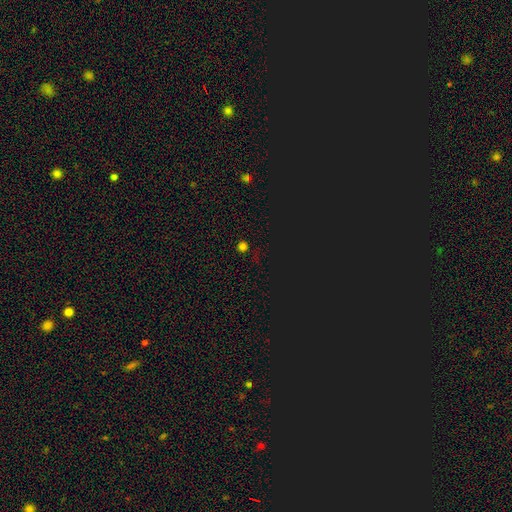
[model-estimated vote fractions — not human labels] Smooth or featured: star or artifact — 51% (smooth — 44%)